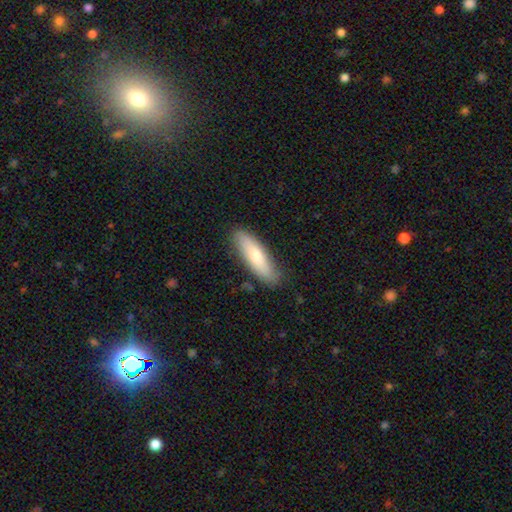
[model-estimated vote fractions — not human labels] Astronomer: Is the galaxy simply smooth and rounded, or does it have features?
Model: smooth — 72%.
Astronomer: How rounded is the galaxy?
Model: cigar-shaped — 61% (runner-up: in between, 37%).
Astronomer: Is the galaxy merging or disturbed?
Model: none — 85%.